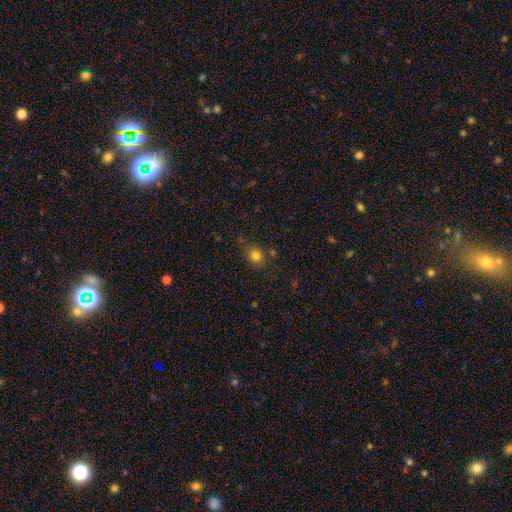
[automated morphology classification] type=smooth (80%); roundness=round (64%); merging=none (72%).